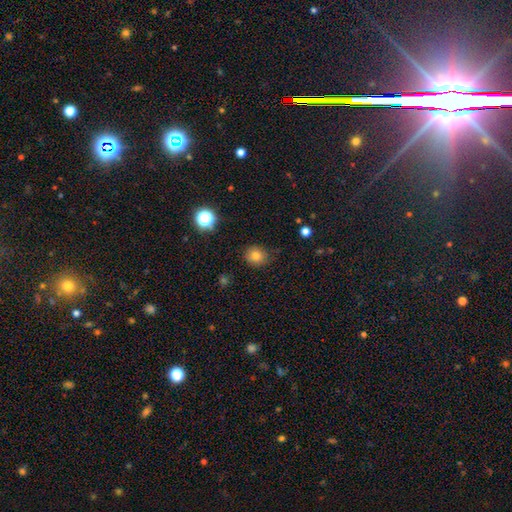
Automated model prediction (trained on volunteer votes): smooth_or_featured: smooth (p=0.79) [alt: star or artifact p=0.14]
how_rounded: round (p=0.83) [alt: in between p=0.17]
merging: none (p=0.82) [alt: minor disturbance p=0.13]